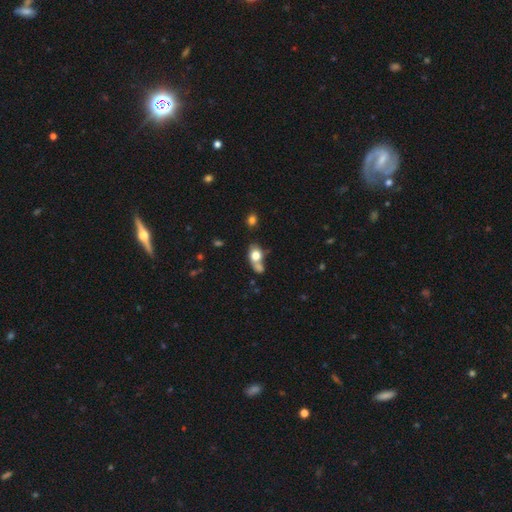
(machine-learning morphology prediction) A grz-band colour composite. It shows a smooth galaxy with no disk features (73%) that is in between round and cigar-shaped (61%). Merging: merger (46%).